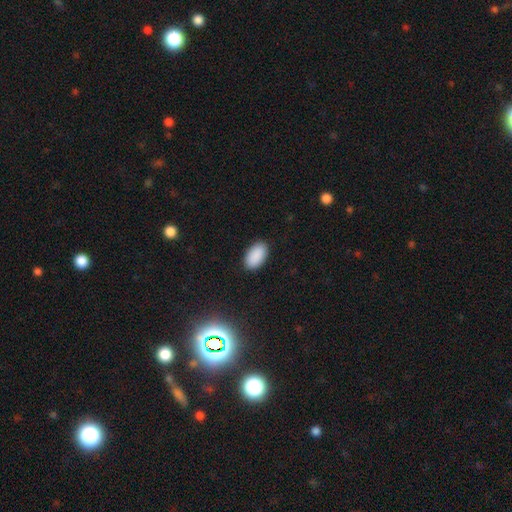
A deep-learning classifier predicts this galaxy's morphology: smooth_or_featured: smooth (p=0.90) [alt: star or artifact p=0.07]
how_rounded: in between (p=0.95) [alt: round p=0.03]
merging: none (p=0.89) [alt: minor disturbance p=0.08]